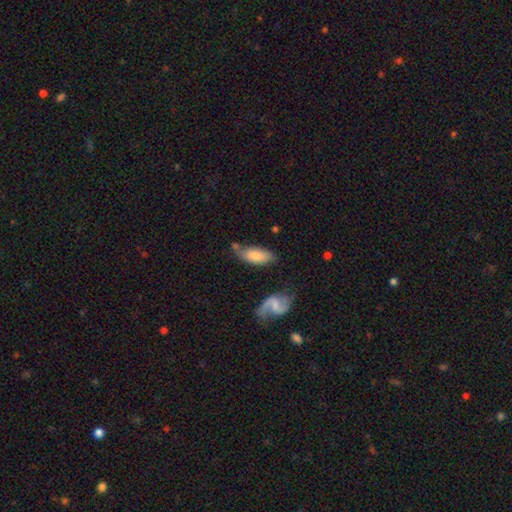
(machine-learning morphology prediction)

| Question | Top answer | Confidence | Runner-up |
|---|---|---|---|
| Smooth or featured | smooth | 71% | featured or disk (23%) |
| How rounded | in between | 83% | cigar-shaped (14%) |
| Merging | none | 50% | minor disturbance (27%) |